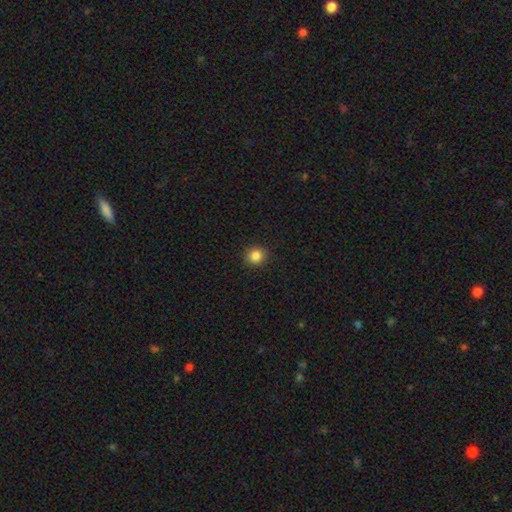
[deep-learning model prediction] A smooth galaxy with no disk features (84%) that is round (92%).

Vote fractions:
- Smooth or featured? smooth: 84% / star or artifact: 12% / featured or disk: 4%
- How rounded? round: 92% / in between: 7% / cigar-shaped: 1%
- Merging? none: 92% / minor disturbance: 5% / major disturbance: 2% / merger: 1%